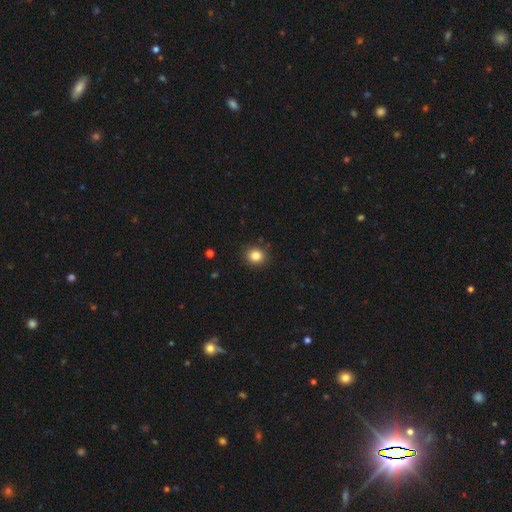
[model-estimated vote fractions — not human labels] The model was most divided on "how rounded": round: 82%, in between: 17%, cigar-shaped: 1%. More confident: merging — none (88%); smooth or featured — smooth (84%).